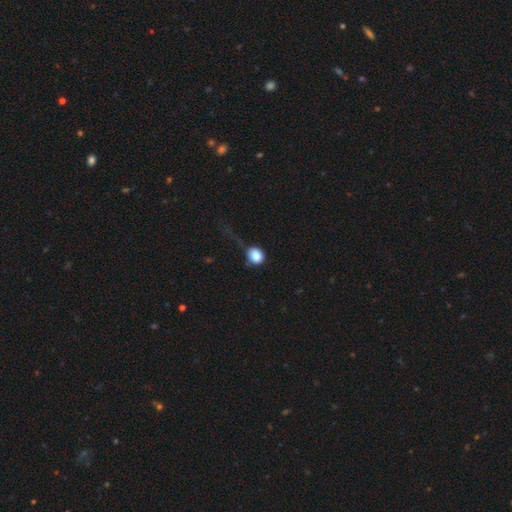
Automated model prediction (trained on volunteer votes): Smooth or featured? smooth (82%)
How rounded? round (80%)
Merging? none (50%)